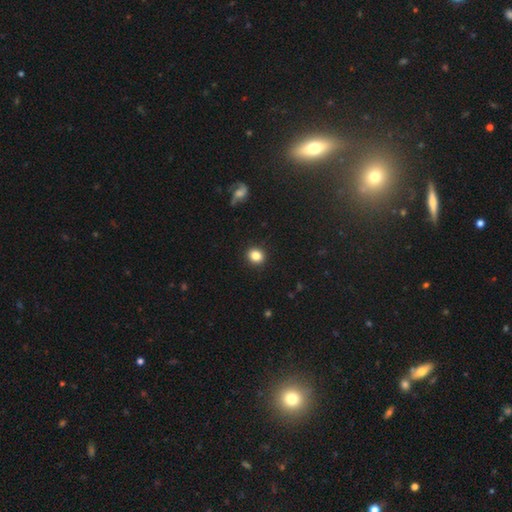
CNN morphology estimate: Smooth or featured? Predicted: smooth (p=0.85). How rounded? Predicted: round (p=0.73). Merging? Predicted: none (p=0.91).